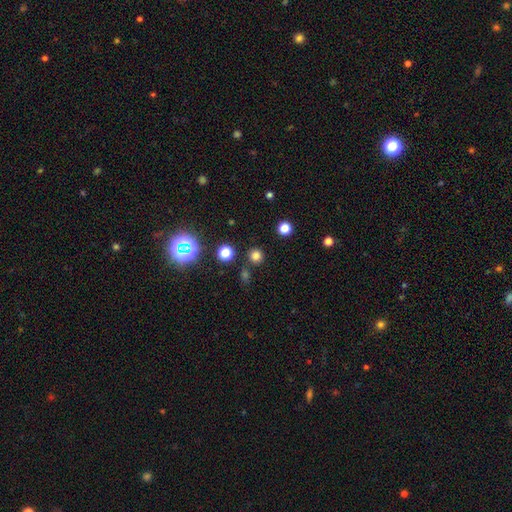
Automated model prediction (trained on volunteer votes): Smooth or featured: smooth — 74% (star or artifact — 21%)
How rounded: round — 93% (in between — 6%)
Merging: none — 83% (merger — 8%)